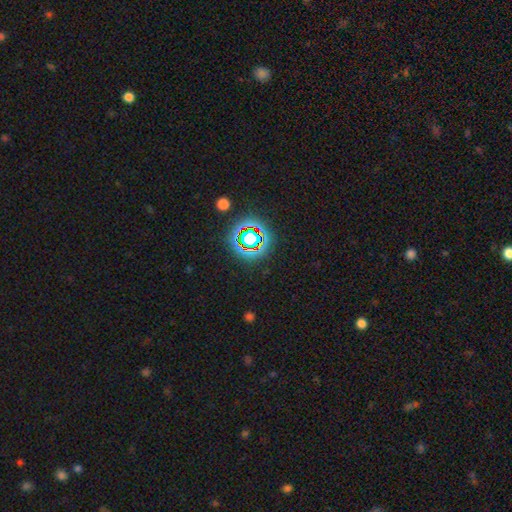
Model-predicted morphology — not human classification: smooth-or-featured: star or artifact: 73% | smooth: 17% | featured or disk: 10%